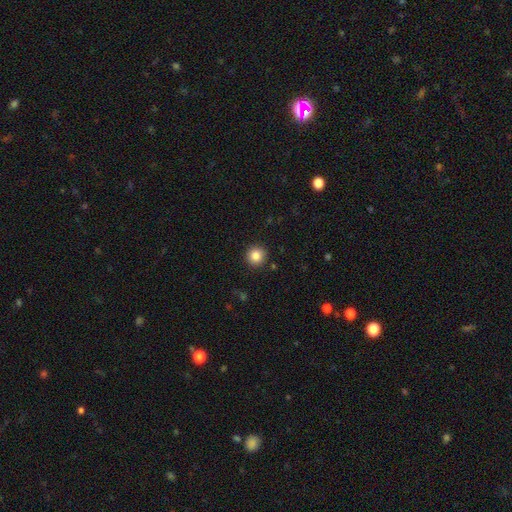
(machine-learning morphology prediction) smooth_or_featured: smooth (p=0.85) [alt: star or artifact p=0.10]
how_rounded: round (p=0.94) [alt: in between p=0.05]
merging: none (p=0.91) [alt: minor disturbance p=0.06]